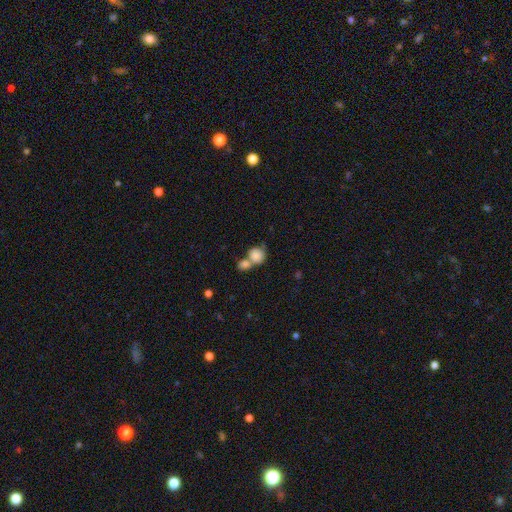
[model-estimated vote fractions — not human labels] Morphology: type=smooth (83%); roundness=round (78%); merging=merger (59%).